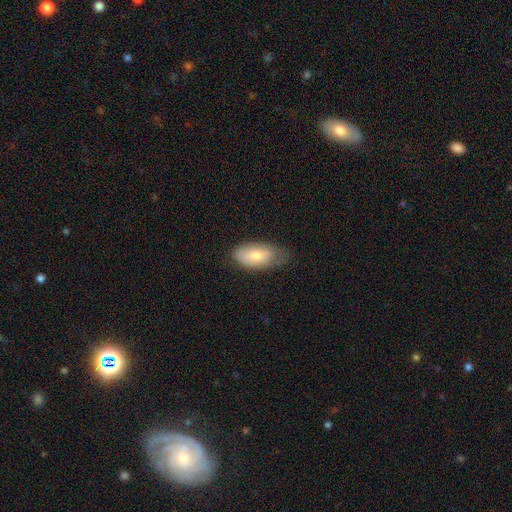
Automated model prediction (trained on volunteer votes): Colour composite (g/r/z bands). It shows a smooth galaxy with no disk features (72%) that is in between round and cigar-shaped (92%). Merging: none (58%).